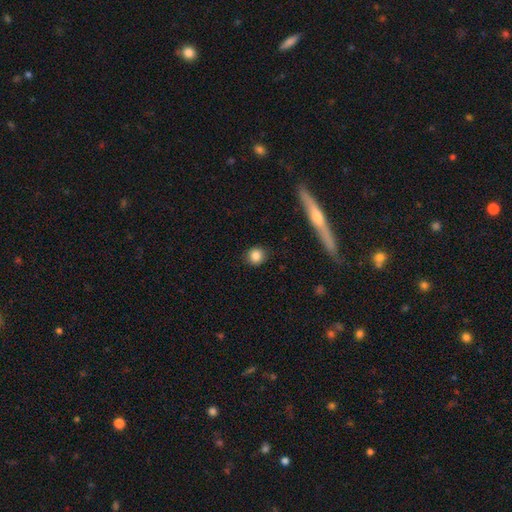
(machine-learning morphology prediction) smooth_or_featured: smooth (p=0.84) [alt: star or artifact p=0.09]
how_rounded: round (p=0.89) [alt: in between p=0.09]
merging: none (p=0.89) [alt: minor disturbance p=0.07]